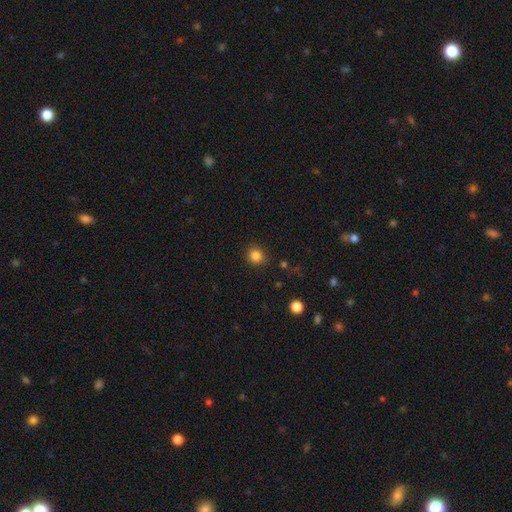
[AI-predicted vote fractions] Smooth or featured?
  - smooth: 84% *
  - star or artifact: 12%
  - featured or disk: 4%
How rounded?
  - round: 88% *
  - in between: 11%
  - cigar-shaped: 1%
Merging?
  - none: 88% *
  - minor disturbance: 8%
  - major disturbance: 3%
  - merger: 2%